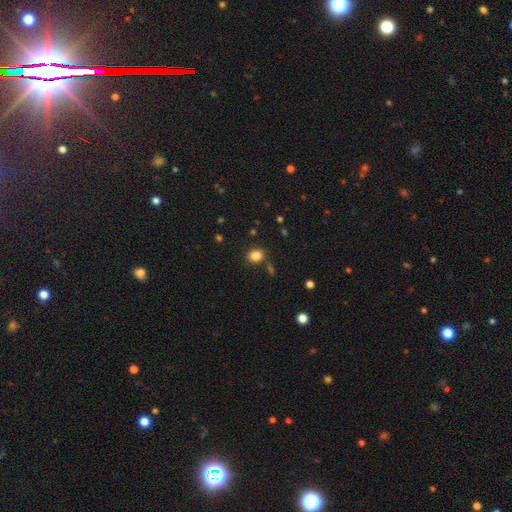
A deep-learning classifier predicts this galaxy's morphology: Smooth or featured?
  - smooth: 85% *
  - star or artifact: 11%
  - featured or disk: 4%
How rounded?
  - round: 52% *
  - in between: 47%
  - cigar-shaped: 1%
Merging?
  - none: 81% *
  - minor disturbance: 10%
  - merger: 5%
  - major disturbance: 3%